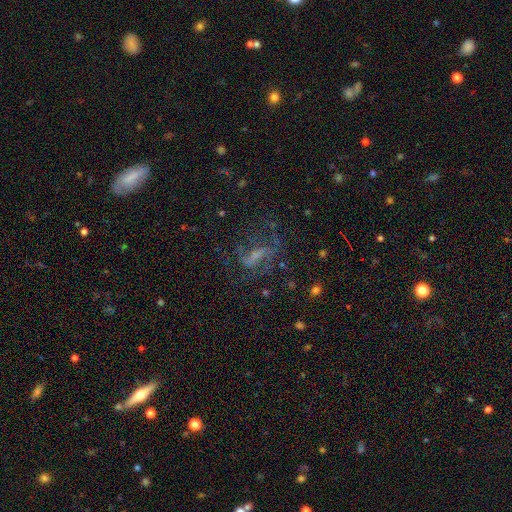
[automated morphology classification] Smooth or featured: featured or disk — 59% (smooth — 21%)
Edge-on disk: no — 93% (yes — 7%)
Bar: weak — 41% (no — 33%)
Spiral arms: yes — 69% (no — 31%)
Bulge size: small — 40% (none — 29%)
Merging: none — 49% (major disturbance — 30%)